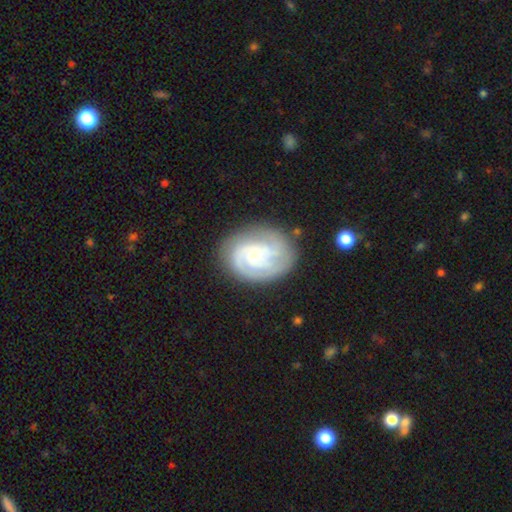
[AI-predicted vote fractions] Smooth or featured? featured or disk (81%)
Edge-on disk? no (98%)
Bar? no (69%)
Spiral arms? yes (96%)
Spiral winding? tight (61%)
Spiral arm count? 3 (33%)
Bulge size? small (73%)
Merging? none (73%)